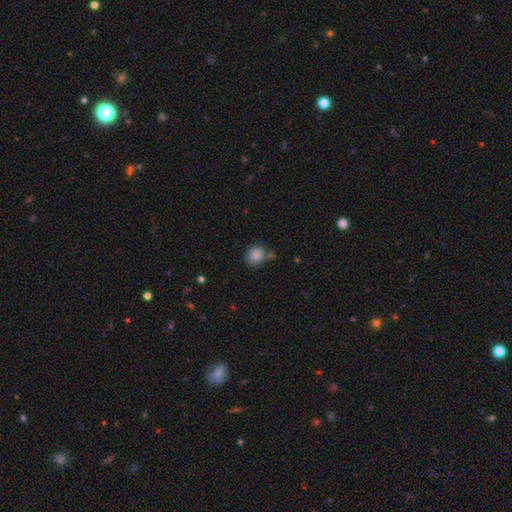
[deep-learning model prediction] Smooth or featured?
  - smooth: 86% *
  - star or artifact: 9%
  - featured or disk: 5%
How rounded?
  - round: 53% *
  - in between: 46%
  - cigar-shaped: 1%
Merging?
  - none: 60% *
  - minor disturbance: 21%
  - merger: 13%
  - major disturbance: 7%